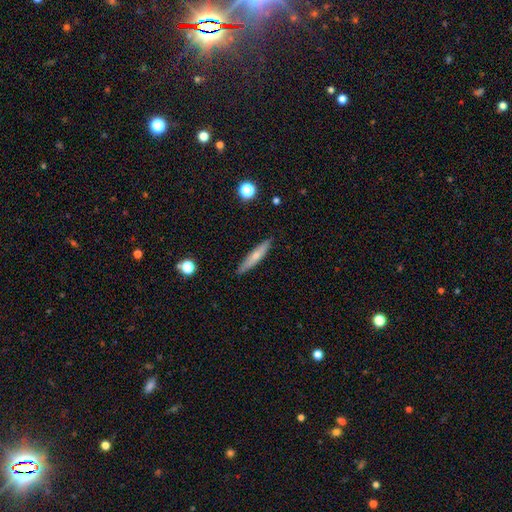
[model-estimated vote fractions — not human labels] smooth_or_featured: smooth (p=0.63) [alt: featured or disk p=0.31]
how_rounded: cigar-shaped (p=0.89) [alt: in between p=0.09]
merging: none (p=0.88) [alt: minor disturbance p=0.09]